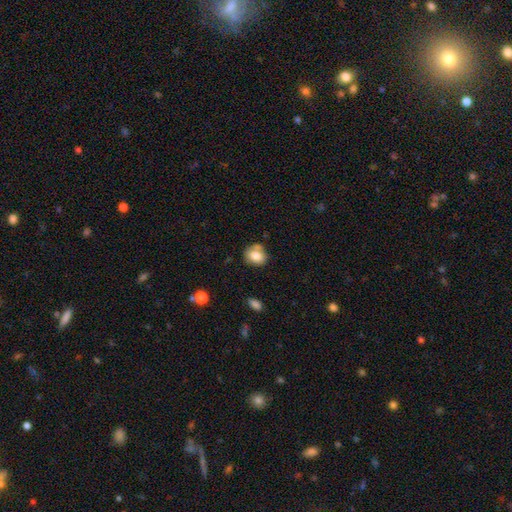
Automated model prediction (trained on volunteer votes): This is likely a smooth galaxy (79%). How rounded: possibly round (59%). Merging: likely none (62%).